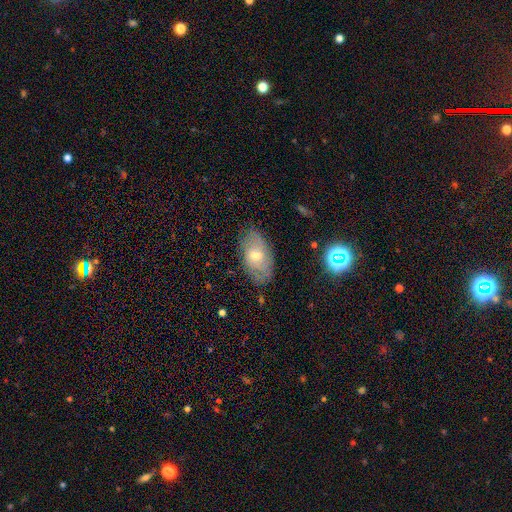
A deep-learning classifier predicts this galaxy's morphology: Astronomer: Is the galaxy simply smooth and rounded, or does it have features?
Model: featured or disk — 50% (runner-up: smooth, 40%).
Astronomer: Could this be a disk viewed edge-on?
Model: no — 90%.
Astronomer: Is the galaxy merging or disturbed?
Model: none — 78%.